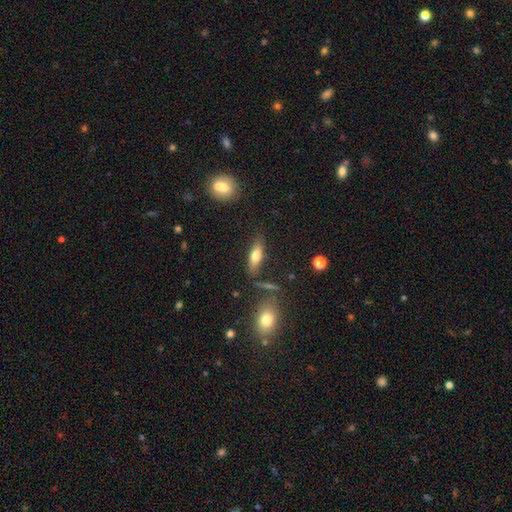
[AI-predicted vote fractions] smooth_or_featured: smooth (p=0.67) [alt: featured or disk p=0.25]
how_rounded: in between (p=0.54) [alt: cigar-shaped p=0.42]
merging: none (p=0.77) [alt: minor disturbance p=0.13]